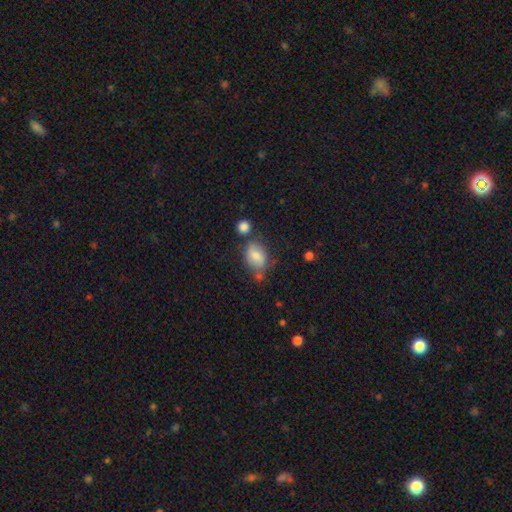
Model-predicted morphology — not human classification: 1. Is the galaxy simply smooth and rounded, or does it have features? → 74% smooth, 16% featured or disk, 10% star or artifact.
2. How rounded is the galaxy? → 77% in between, 21% round, 2% cigar-shaped.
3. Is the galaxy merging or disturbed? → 57% none, 21% minor disturbance, 16% merger, 6% major disturbance.